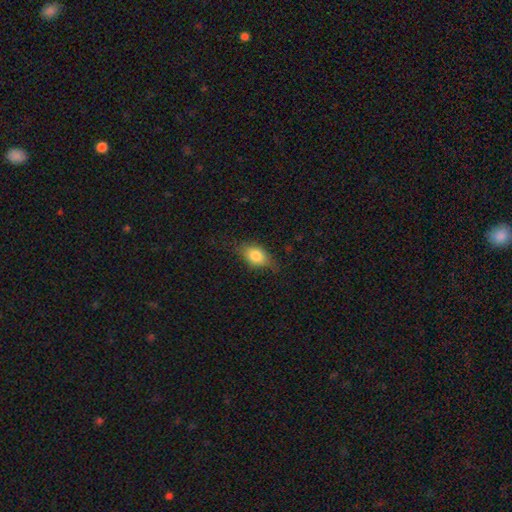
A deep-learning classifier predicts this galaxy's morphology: A smooth galaxy with no disk features (79%) that is in between round and cigar-shaped (80%). Merging: none (71%).